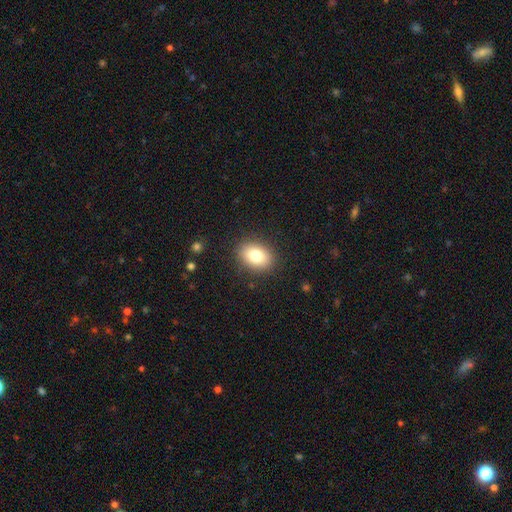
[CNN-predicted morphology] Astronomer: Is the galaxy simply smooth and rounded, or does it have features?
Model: smooth — 80%.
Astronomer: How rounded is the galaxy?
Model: in between — 72%.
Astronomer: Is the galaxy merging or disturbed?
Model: none — 87%.